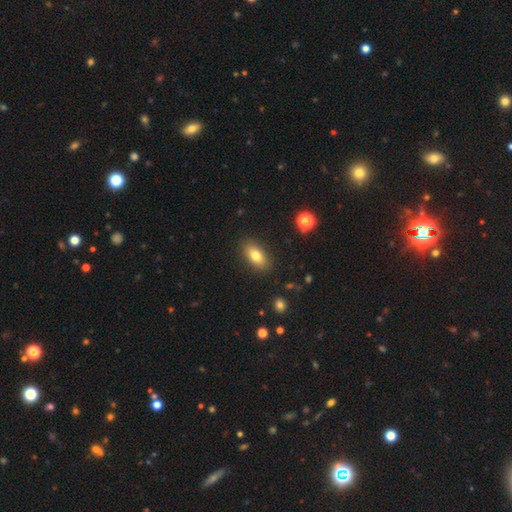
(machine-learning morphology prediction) smooth_or_featured: smooth (p=0.78) [alt: featured or disk p=0.14]
how_rounded: in between (p=0.85) [alt: cigar-shaped p=0.08]
merging: none (p=0.87) [alt: minor disturbance p=0.09]